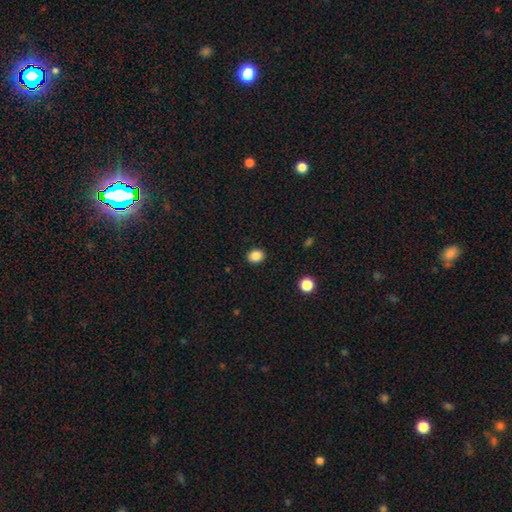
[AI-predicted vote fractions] smooth 87%, star or artifact 10%, featured or disk 3%. Down the decision tree: how rounded — round (64%); merging — none (91%).